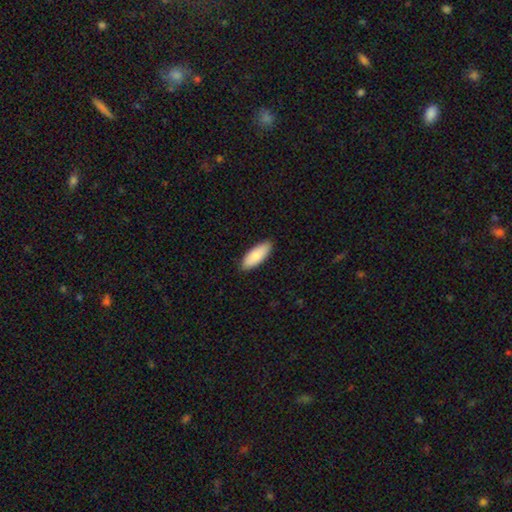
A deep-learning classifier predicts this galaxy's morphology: This is clearly a smooth galaxy (84%). How rounded: likely in between (79%). Merging: clearly none (88%).